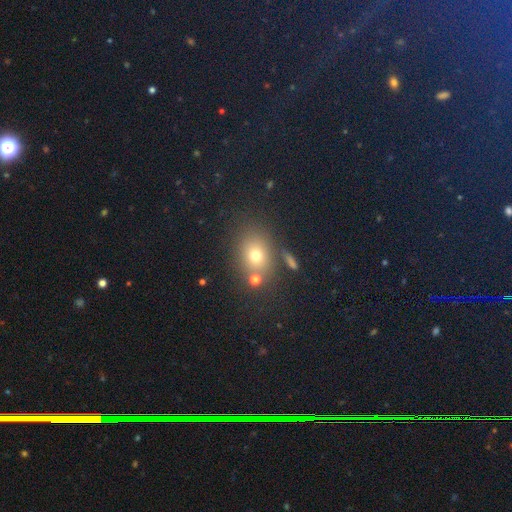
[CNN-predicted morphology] Smooth or featured? Predicted: smooth (p=0.69). How rounded? Predicted: round (p=0.50). Merging? Predicted: none (p=0.73).